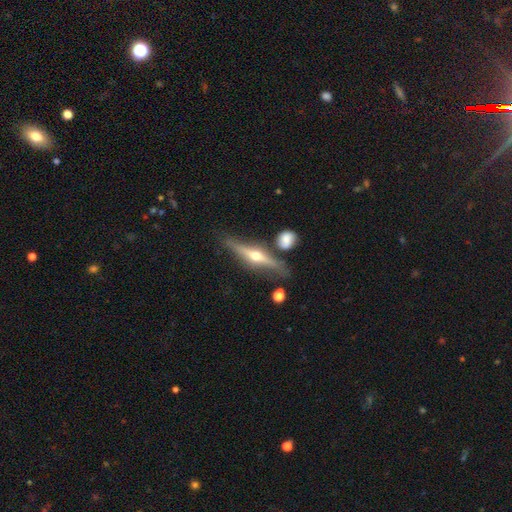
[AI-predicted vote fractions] Smooth or featured?
  - featured or disk: 76% *
  - smooth: 18%
  - star or artifact: 6%
Edge-on disk?
  - yes: 94% *
  - no: 6%
Edge-on bulge?
  - rounded: 95% *
  - none: 3%
  - boxy: 2%
Merging?
  - none: 75% *
  - minor disturbance: 15%
  - merger: 6%
  - major disturbance: 5%